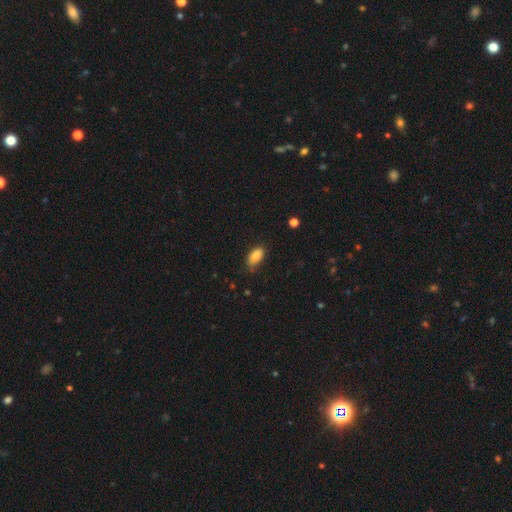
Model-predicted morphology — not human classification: Smooth or featured? Predicted: smooth (p=0.86). How rounded? Predicted: in between (p=0.91). Merging? Predicted: none (p=0.66).